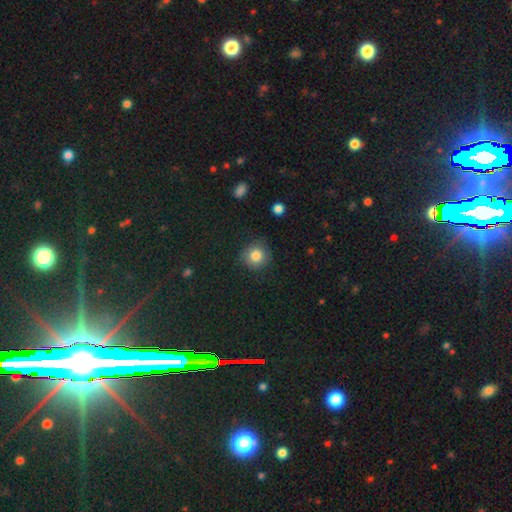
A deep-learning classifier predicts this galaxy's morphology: Overall: smooth (83%). How rounded: round (90%). Merging: none (81%).